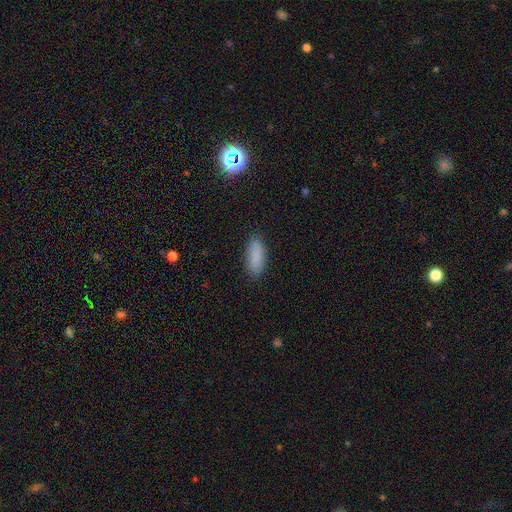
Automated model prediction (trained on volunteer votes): Morphology: type=smooth (87%); roundness=in between (68%); merging=none (86%).